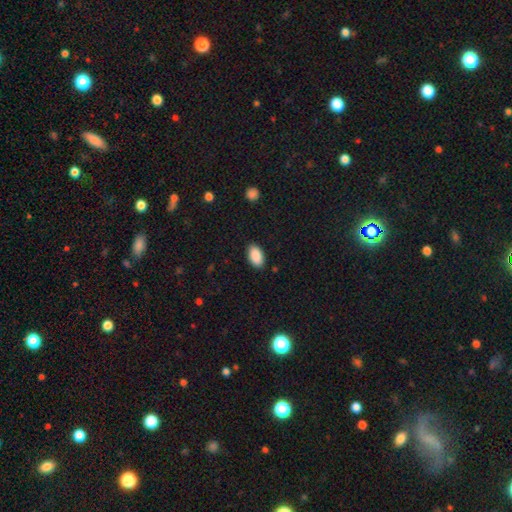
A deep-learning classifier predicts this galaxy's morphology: smooth-or-featured: smooth: 90% | star or artifact: 7% | featured or disk: 3%
  how-rounded: in between: 95% | round: 4% | cigar-shaped: 2%
  merging: none: 88% | minor disturbance: 9% | major disturbance: 2% | merger: 1%